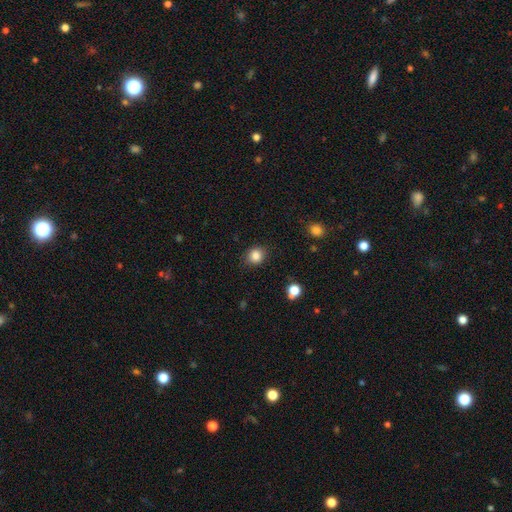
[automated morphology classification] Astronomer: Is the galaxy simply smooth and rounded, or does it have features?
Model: smooth — 84%.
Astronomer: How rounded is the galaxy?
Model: round — 75%.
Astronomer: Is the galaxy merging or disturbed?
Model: none — 86%.